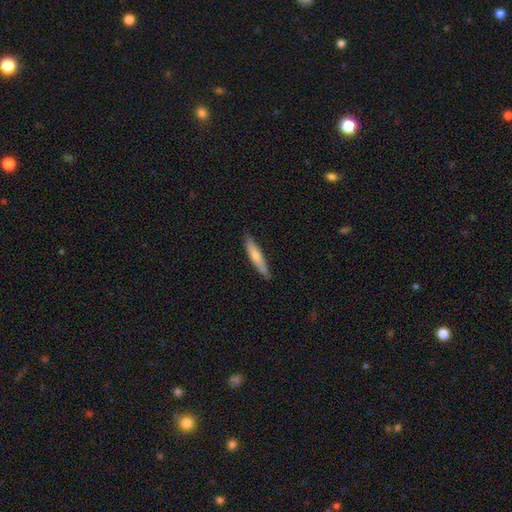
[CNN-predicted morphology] A smooth galaxy with no disk features (72%) that is cigar-shaped (86%).

Vote fractions:
- Smooth or featured? smooth: 72% / featured or disk: 23% / star or artifact: 5%
- How rounded? cigar-shaped: 86% / in between: 13% / round: 1%
- Merging? none: 84% / minor disturbance: 13% / major disturbance: 2% / merger: 1%